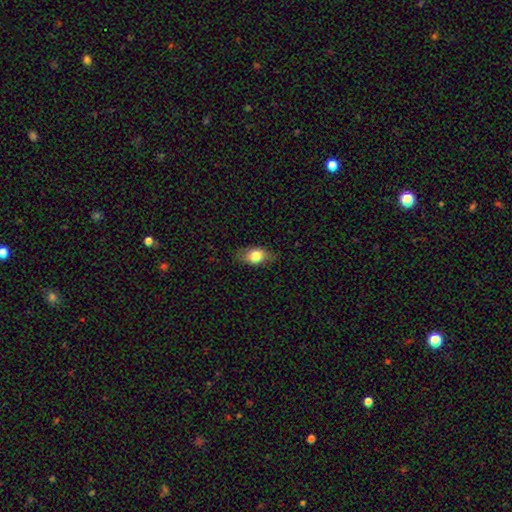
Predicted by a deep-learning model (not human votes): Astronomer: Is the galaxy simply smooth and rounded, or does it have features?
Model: smooth — 76%.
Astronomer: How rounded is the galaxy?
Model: in between — 79%.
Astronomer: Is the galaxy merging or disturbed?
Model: none — 78%.